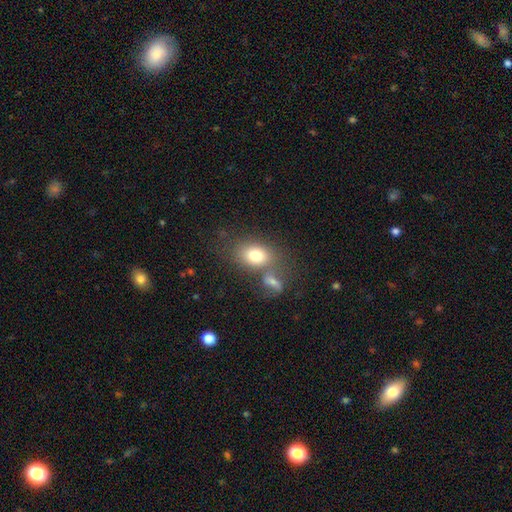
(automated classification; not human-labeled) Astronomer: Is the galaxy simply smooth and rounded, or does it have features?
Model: smooth — 78%.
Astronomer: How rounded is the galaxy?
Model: in between — 74%.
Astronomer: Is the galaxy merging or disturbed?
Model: none — 53%.